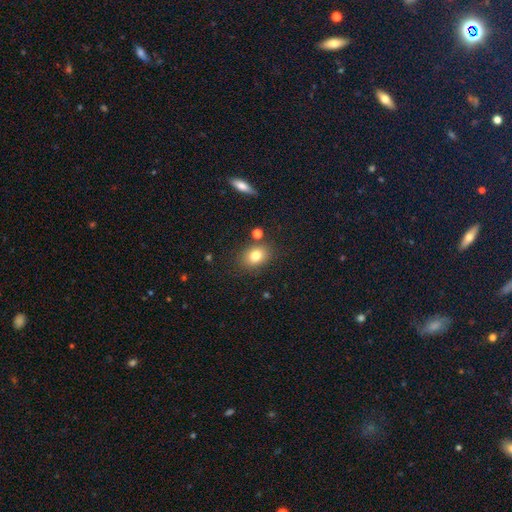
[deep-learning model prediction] Smooth or featured?
  - smooth: 79% *
  - star or artifact: 11%
  - featured or disk: 10%
How rounded?
  - in between: 62% *
  - round: 37%
  - cigar-shaped: 1%
Merging?
  - none: 80% *
  - minor disturbance: 11%
  - merger: 6%
  - major disturbance: 3%